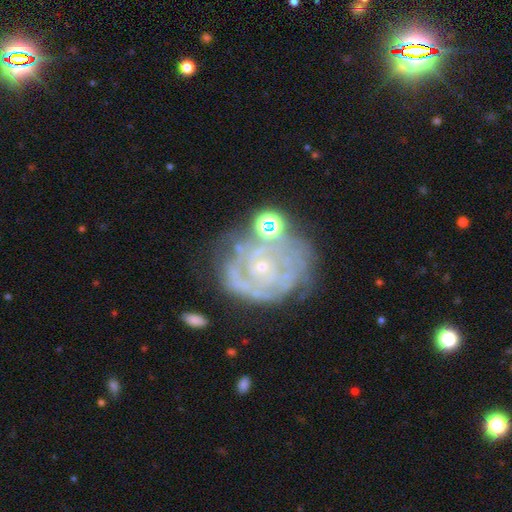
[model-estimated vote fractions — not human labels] A featured or disk galaxy (75%) with no bar (65%), tight (69%) spiral arms (82%) and a small central bulge (77%).

Vote fractions:
- Smooth or featured? featured or disk: 75% / star or artifact: 13% / smooth: 12%
- Edge-on disk? no: 97% / yes: 3%
- Bar? no: 65% / weak: 26% / strong: 9%
- Spiral arms? yes: 82% / no: 18%
- Spiral winding? tight: 69% / medium: 23% / loose: 8%
- Spiral arm count? can't tell: 44% / 2: 22% / 3: 14% / 4: 7% / 1: 7% / more than 4: 6%
- Bulge size? small: 77% / moderate: 18% / none: 3% / large: 1% / dominant: 1%
- Merging? none: 53% / minor disturbance: 19% / merger: 18% / major disturbance: 11%